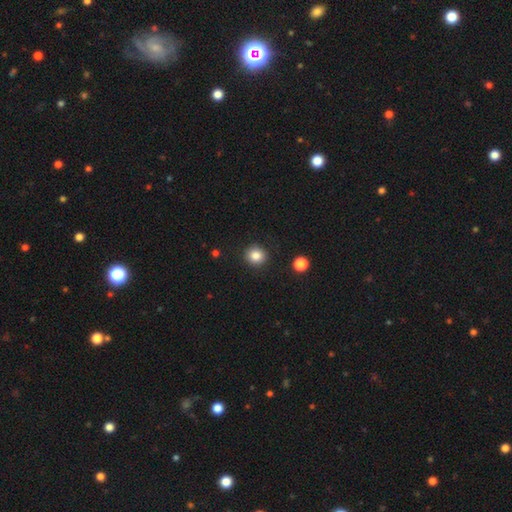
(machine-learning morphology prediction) smooth-or-featured: smooth: 84% | star or artifact: 11% | featured or disk: 5%
  how-rounded: round: 89% | in between: 10% | cigar-shaped: 1%
  merging: none: 91% | minor disturbance: 6% | major disturbance: 2% | merger: 1%